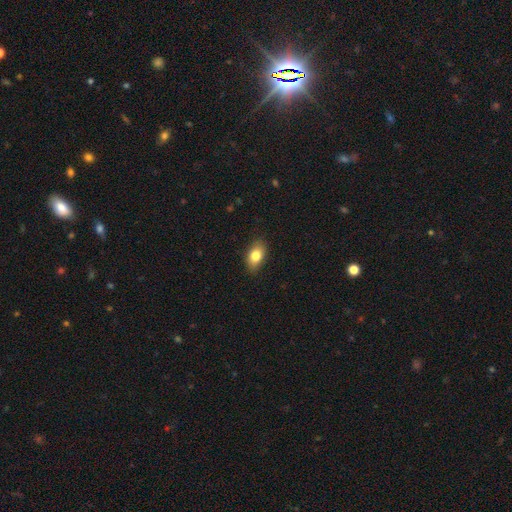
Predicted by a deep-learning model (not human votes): A smooth galaxy with no disk features (80%) that is in between round and cigar-shaped (85%).

Vote fractions:
- Smooth or featured? smooth: 80% / featured or disk: 12% / star or artifact: 8%
- How rounded? in between: 85% / round: 12% / cigar-shaped: 3%
- Merging? none: 85% / minor disturbance: 12% / major disturbance: 2% / merger: 1%